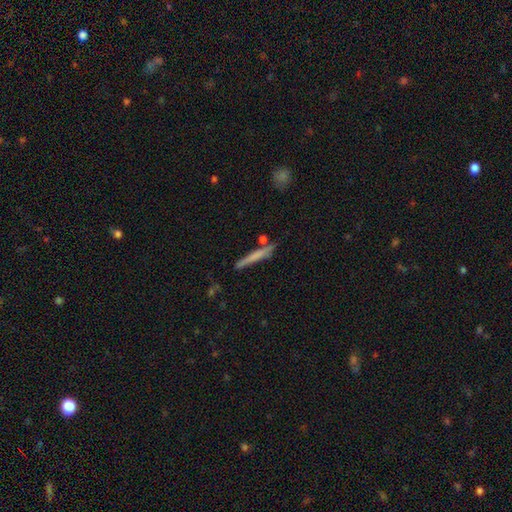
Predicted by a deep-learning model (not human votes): Smooth or featured?
  - smooth: 58% *
  - featured or disk: 35%
  - star or artifact: 7%
How rounded?
  - cigar-shaped: 95% *
  - in between: 3%
  - round: 2%
Merging?
  - none: 78% *
  - minor disturbance: 13%
  - merger: 6%
  - major disturbance: 3%